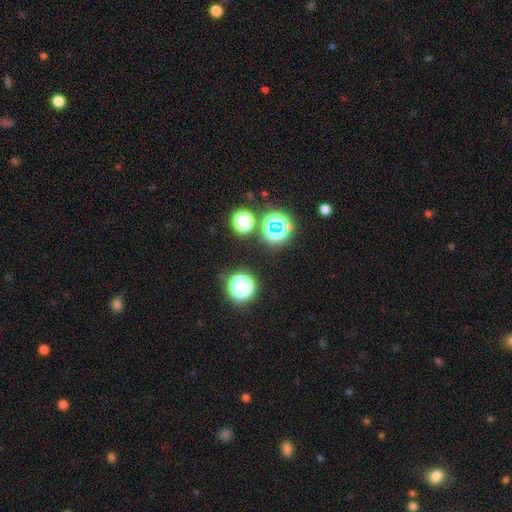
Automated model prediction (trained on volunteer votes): Smooth or featured? star or artifact (71%)